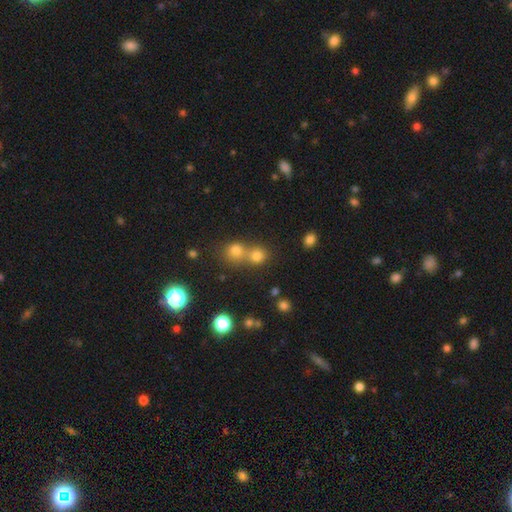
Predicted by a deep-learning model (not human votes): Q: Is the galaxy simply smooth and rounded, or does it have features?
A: smooth — 69%.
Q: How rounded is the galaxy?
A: round — 86%.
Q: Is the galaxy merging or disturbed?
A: none — 47%.